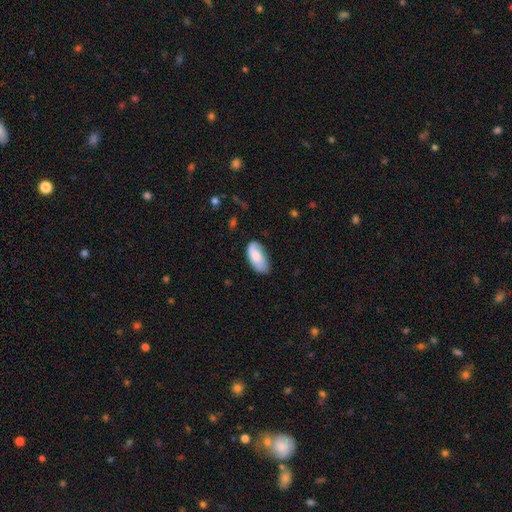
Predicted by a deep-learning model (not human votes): This appears to be a smooth galaxy with no disk features (73%) that is in between round and cigar-shaped (93%). Merging: none (59%).